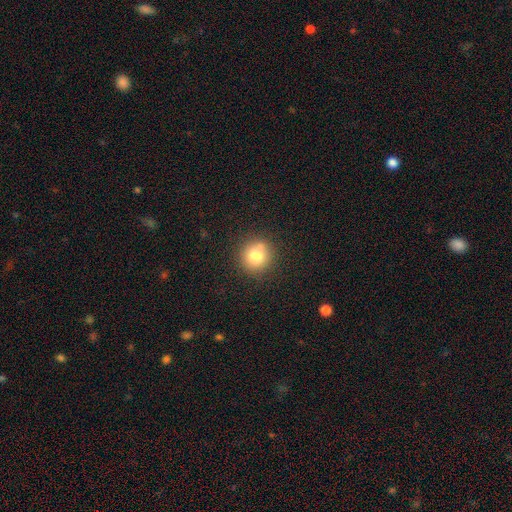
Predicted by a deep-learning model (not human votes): The model was most divided on "smooth or featured": smooth: 76%, star or artifact: 12%, featured or disk: 12%. More confident: how rounded — round (93%); merging — none (78%).